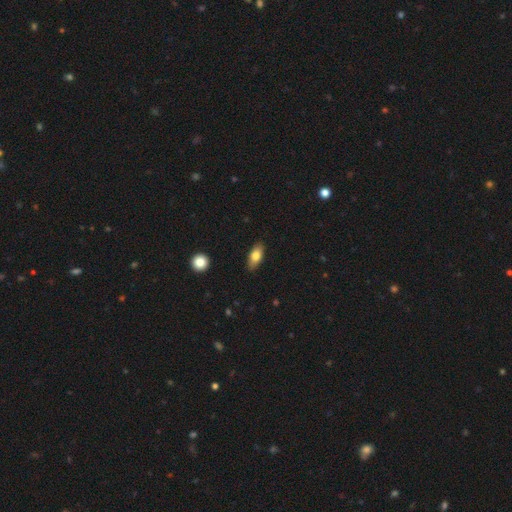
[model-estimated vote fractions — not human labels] This appears to be a smooth galaxy with no disk features (76%) that is in between round and cigar-shaped (84%). Merging: none (85%).